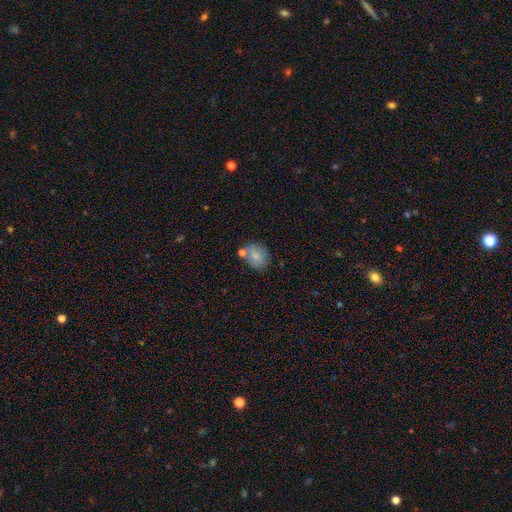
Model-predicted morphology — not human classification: smooth-or-featured: smooth: 79% | featured or disk: 12% | star or artifact: 9%
  how-rounded: round: 54% | in between: 45% | cigar-shaped: 1%
  merging: none: 60% | merger: 18% | minor disturbance: 17% | major disturbance: 5%